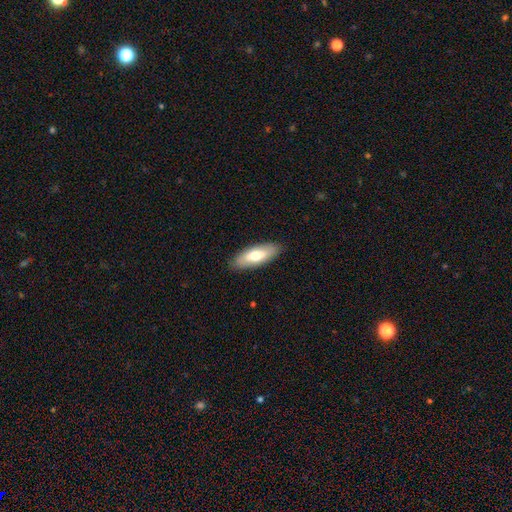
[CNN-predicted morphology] smooth 66%, featured or disk 29%, star or artifact 6%. Down the decision tree: how rounded — in between (68%); merging — none (89%).